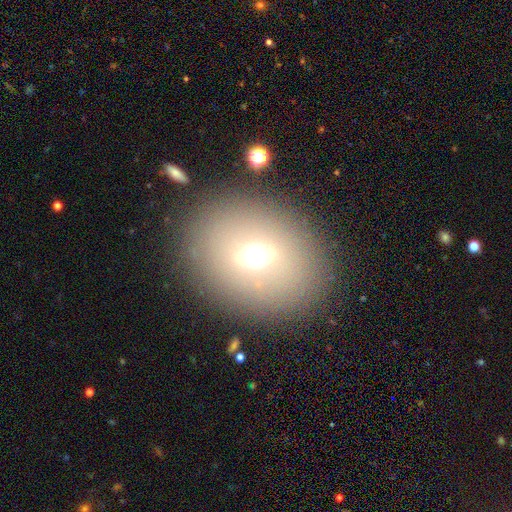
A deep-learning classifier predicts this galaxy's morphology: This appears to be a smooth galaxy with no disk features (61%) that is in between round and cigar-shaped (52%). Merging: none (84%).